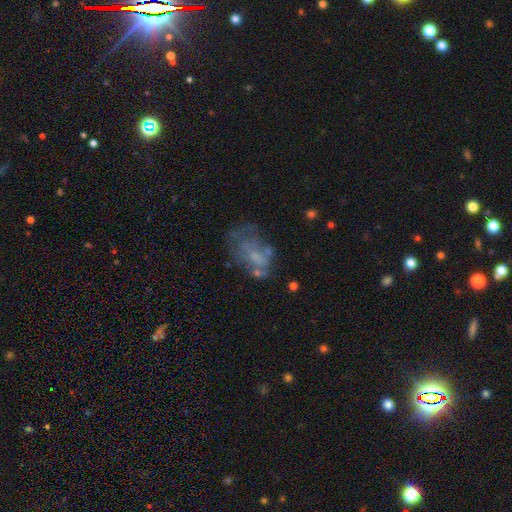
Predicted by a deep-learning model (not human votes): Morphology: type=featured or disk (48%); merging=none (35%).